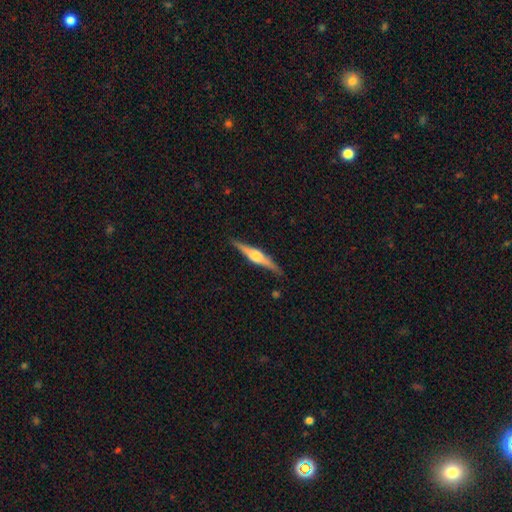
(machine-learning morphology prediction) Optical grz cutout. It shows a featured or disk galaxy (76%) viewed edge-on (98%) with a rounded central bulge (90%). Merging: none (89%).